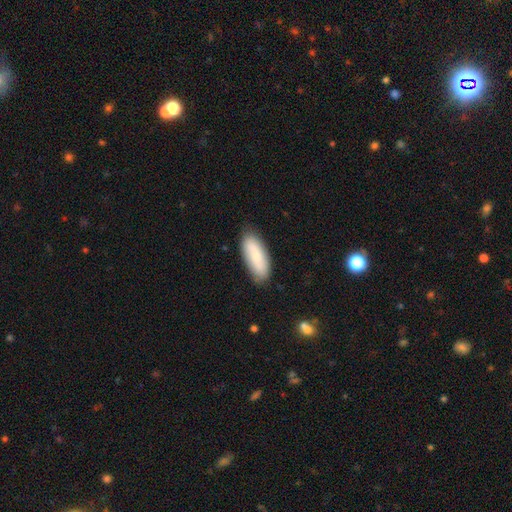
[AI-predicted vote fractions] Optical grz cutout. It shows a smooth galaxy with no disk features (77%) that is in between round and cigar-shaped (75%). Merging: none (82%).